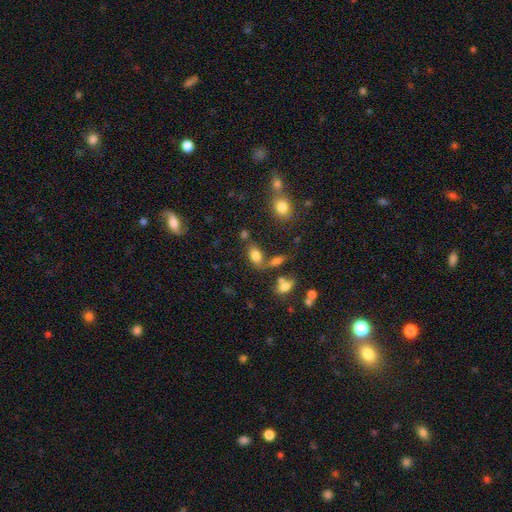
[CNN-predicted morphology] This appears to be a smooth galaxy with no disk features (78%) that is in between round and cigar-shaped (87%). Merging: none (59%).